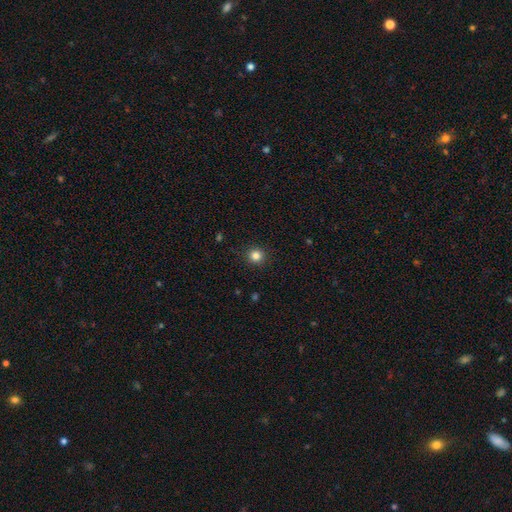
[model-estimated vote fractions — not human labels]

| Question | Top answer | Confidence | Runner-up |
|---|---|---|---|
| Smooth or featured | smooth | 83% | star or artifact (12%) |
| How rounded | round | 94% | in between (6%) |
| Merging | none | 92% | minor disturbance (5%) |